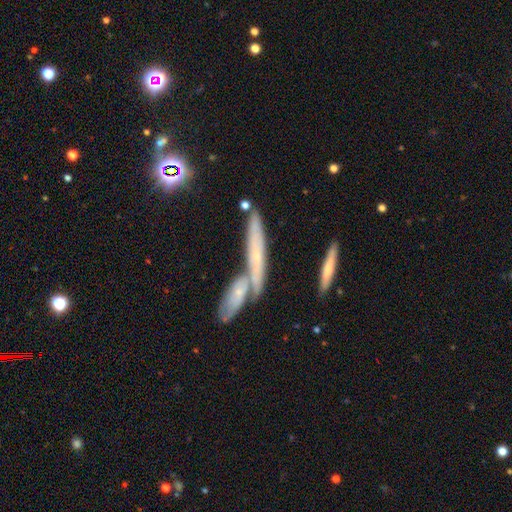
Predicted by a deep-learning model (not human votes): smooth_or_featured: featured or disk (p=0.49) [alt: smooth p=0.36]
merging: none (p=0.55) [alt: merger p=0.31]